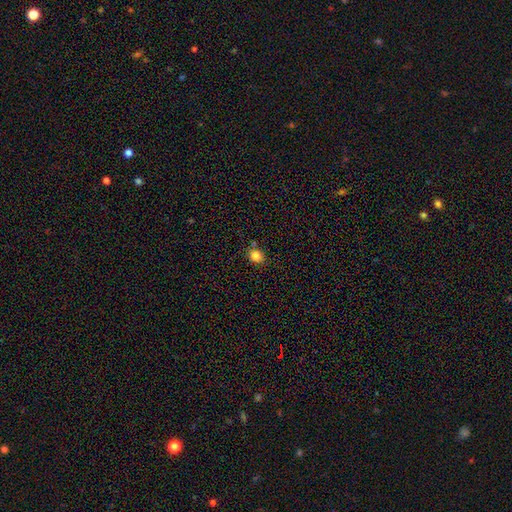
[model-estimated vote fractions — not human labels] A smooth galaxy with no disk features (83%) that is round (65%).

Vote fractions:
- Smooth or featured? smooth: 83% / star or artifact: 12% / featured or disk: 5%
- How rounded? round: 65% / in between: 34% / cigar-shaped: 1%
- Merging? none: 77% / minor disturbance: 11% / merger: 9% / major disturbance: 3%